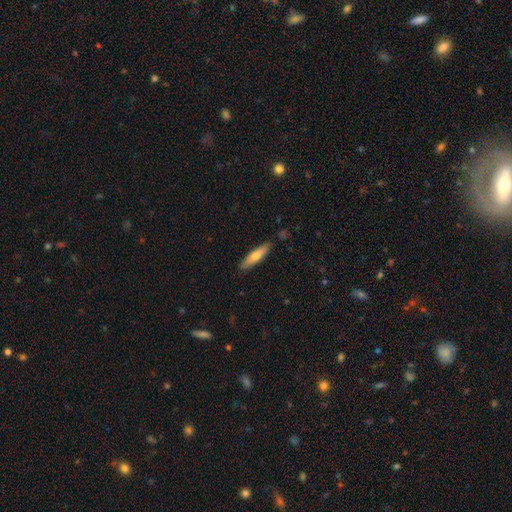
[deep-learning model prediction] Smooth or featured: smooth — 69% (featured or disk — 26%)
How rounded: cigar-shaped — 80% (in between — 19%)
Merging: none — 87% (minor disturbance — 10%)